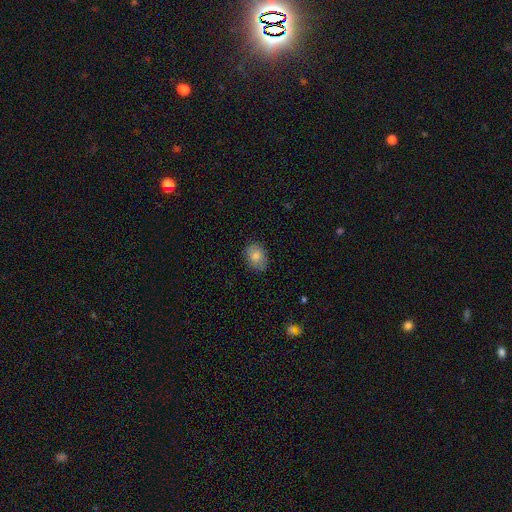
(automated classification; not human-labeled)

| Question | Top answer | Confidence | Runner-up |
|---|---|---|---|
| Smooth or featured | smooth | 81% | featured or disk (10%) |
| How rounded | in between | 68% | round (31%) |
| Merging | none | 83% | minor disturbance (13%) |